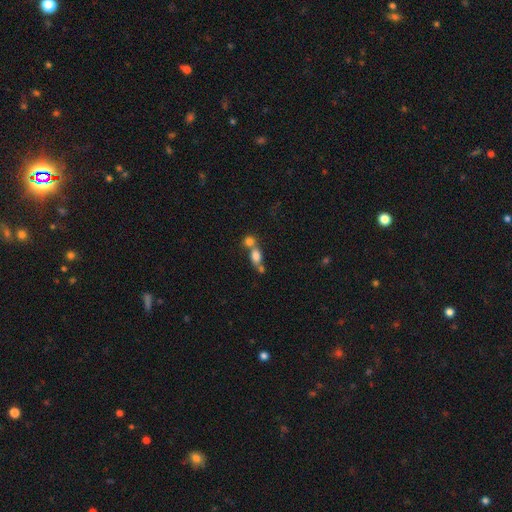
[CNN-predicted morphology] smooth_or_featured: smooth (p=0.75) [alt: featured or disk p=0.14]
how_rounded: in between (p=0.63) [alt: round p=0.32]
merging: merger (p=0.57) [alt: none p=0.30]